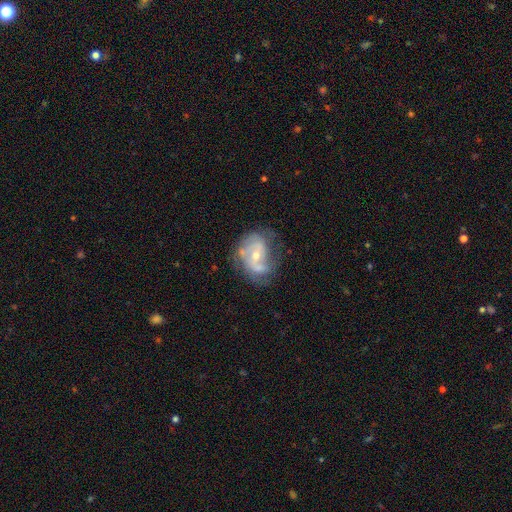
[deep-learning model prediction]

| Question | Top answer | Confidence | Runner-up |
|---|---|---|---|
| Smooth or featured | featured or disk | 76% | smooth (16%) |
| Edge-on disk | no | 97% | yes (3%) |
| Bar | no | 54% | weak (36%) |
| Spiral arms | yes | 79% | no (21%) |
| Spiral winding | medium | 43% | tight (31%) |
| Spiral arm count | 2 | 49% | can't tell (28%) |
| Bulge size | small | 52% | moderate (43%) |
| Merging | none | 48% | minor disturbance (23%) |